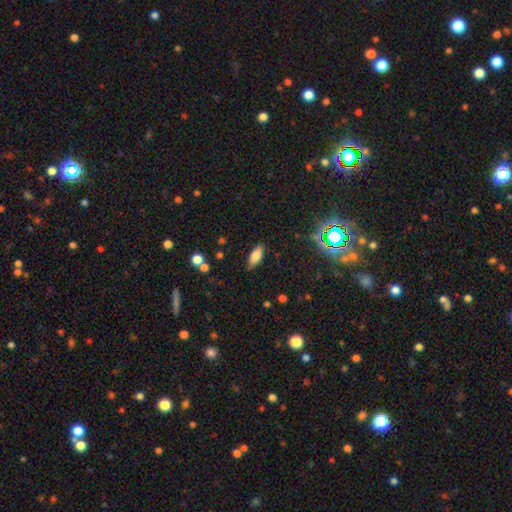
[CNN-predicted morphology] Smooth or featured: smooth — 77% (featured or disk — 13%)
How rounded: in between — 79% (cigar-shaped — 18%)
Merging: none — 85% (minor disturbance — 11%)